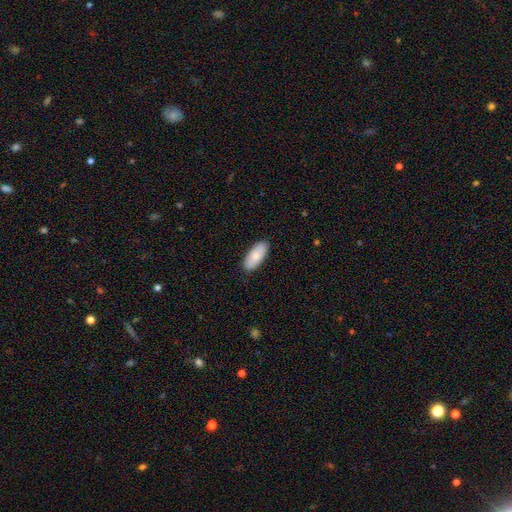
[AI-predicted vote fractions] smooth_or_featured: smooth (p=0.77) [alt: featured or disk p=0.17]
how_rounded: in between (p=0.88) [alt: cigar-shaped p=0.09]
merging: none (p=0.88) [alt: minor disturbance p=0.09]